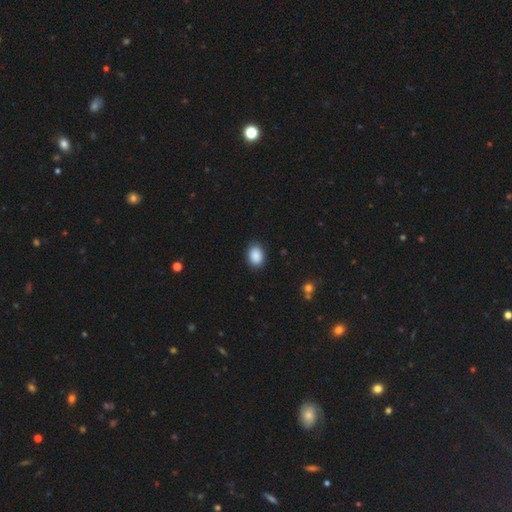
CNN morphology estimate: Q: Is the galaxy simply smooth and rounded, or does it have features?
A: smooth — 90%.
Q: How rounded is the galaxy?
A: in between — 72%.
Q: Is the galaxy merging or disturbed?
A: none — 87%.